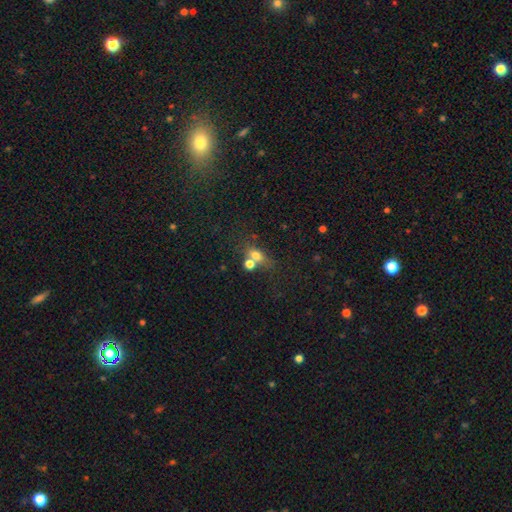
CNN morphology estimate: type=smooth (69%); roundness=in between (55%); merging=none (41%).